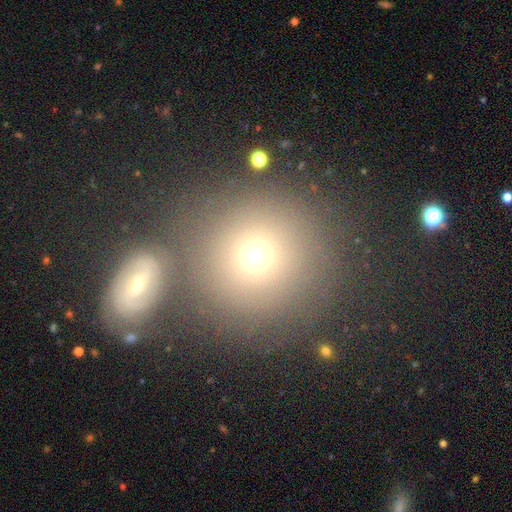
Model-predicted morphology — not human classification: Smooth or featured: smooth — 70% (star or artifact — 16%)
How rounded: round — 92% (in between — 7%)
Merging: none — 66% (merger — 20%)